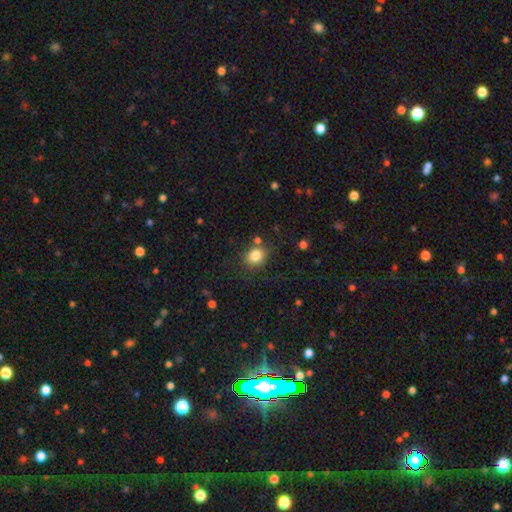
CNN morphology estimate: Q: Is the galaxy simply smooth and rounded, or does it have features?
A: smooth — 82%.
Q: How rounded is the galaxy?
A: round — 66%.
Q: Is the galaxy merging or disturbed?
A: none — 74%.